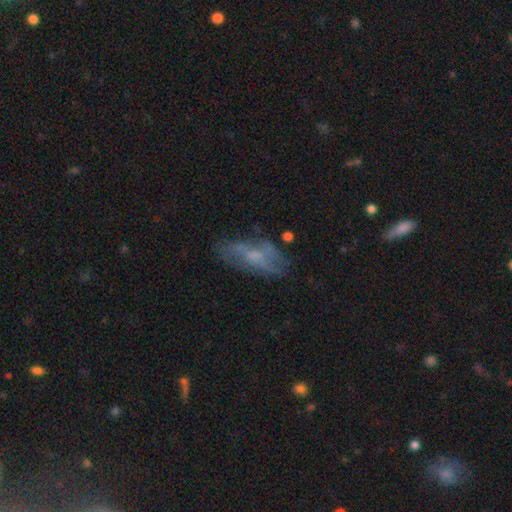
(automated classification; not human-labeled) smooth_or_featured: featured or disk (p=0.51) [alt: smooth p=0.39]
disk_edge_on: no (p=0.83) [alt: yes p=0.17]
merging: none (p=0.55) [alt: minor disturbance p=0.24]